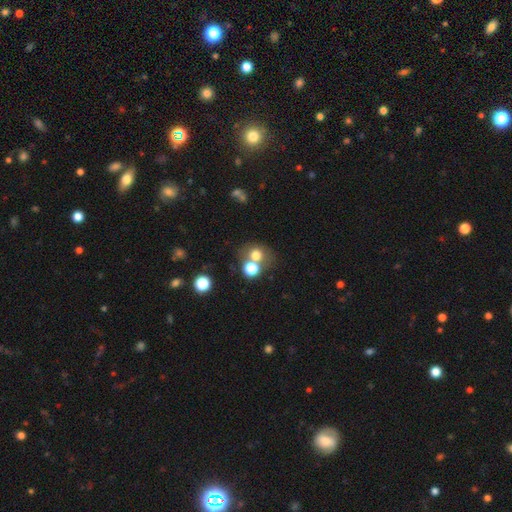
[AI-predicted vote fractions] This is likely a smooth galaxy (71%). How rounded: likely round (77%). Merging: possibly none (51%).